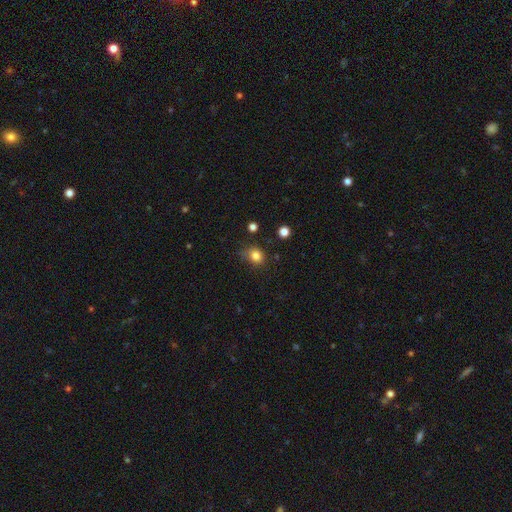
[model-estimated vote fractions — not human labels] smooth_or_featured: smooth (p=0.82) [alt: star or artifact p=0.13]
how_rounded: round (p=0.64) [alt: in between p=0.35]
merging: none (p=0.66) [alt: minor disturbance p=0.24]